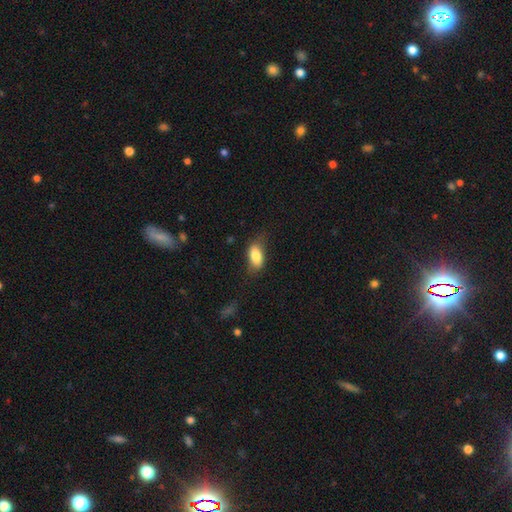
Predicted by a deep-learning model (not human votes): smooth-or-featured: smooth: 80% | featured or disk: 13% | star or artifact: 7%
  how-rounded: in between: 88% | cigar-shaped: 7% | round: 5%
  merging: none: 66% | minor disturbance: 24% | major disturbance: 9% | merger: 2%